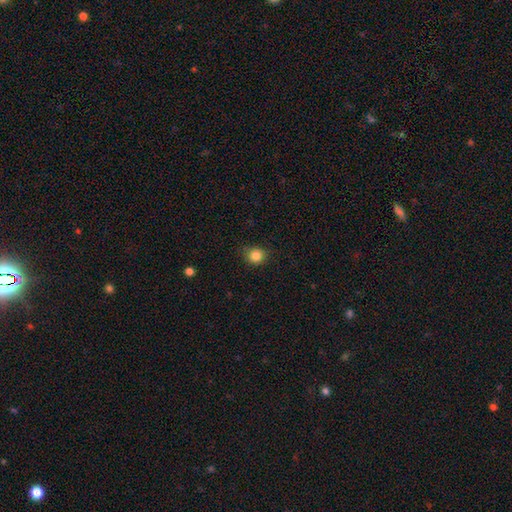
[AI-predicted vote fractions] Q: Smooth or featured?
A: smooth (85%); runner-up: star or artifact (11%)
Q: How rounded?
A: round (82%); runner-up: in between (17%)
Q: Merging?
A: none (80%); runner-up: minor disturbance (15%)